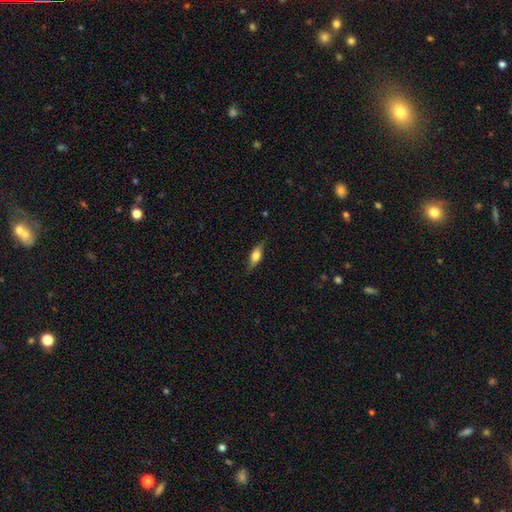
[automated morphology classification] Smooth or featured?
  - smooth: 50% *
  - featured or disk: 43%
  - star or artifact: 7%
How rounded?
  - in between: 58% *
  - cigar-shaped: 37%
  - round: 5%
Merging?
  - none: 79% *
  - minor disturbance: 16%
  - major disturbance: 4%
  - merger: 1%